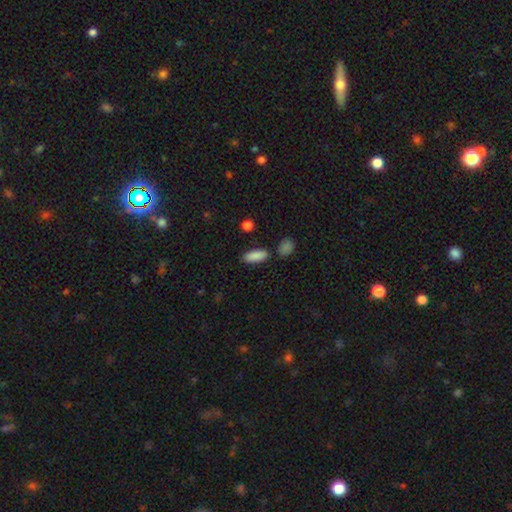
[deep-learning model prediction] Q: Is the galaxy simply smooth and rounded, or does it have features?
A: smooth — 88%.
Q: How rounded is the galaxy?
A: in between — 73%.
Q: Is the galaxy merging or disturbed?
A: none — 83%.